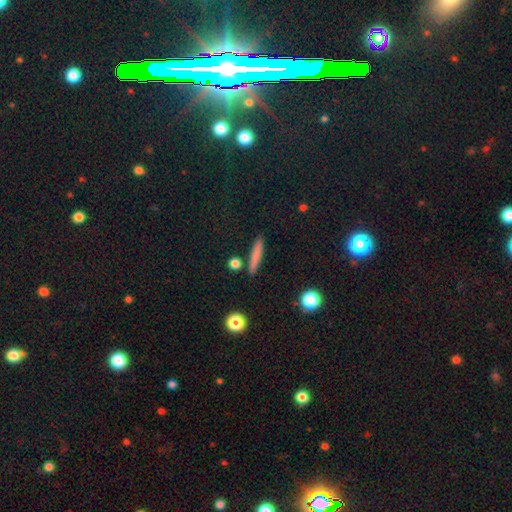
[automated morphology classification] Smooth or featured? Predicted: smooth (p=0.75). How rounded? Predicted: cigar-shaped (p=0.90). Merging? Predicted: none (p=0.86).